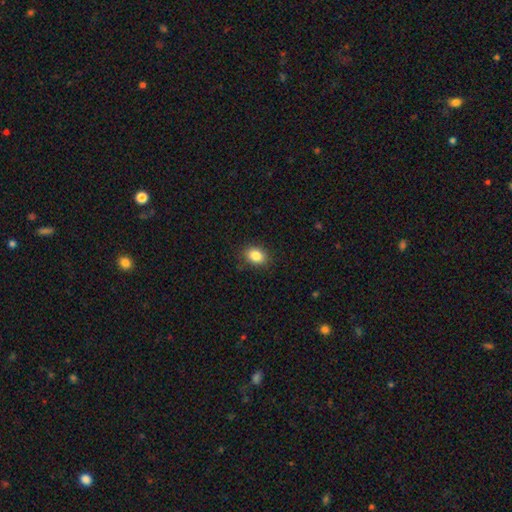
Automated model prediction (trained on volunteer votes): A smooth galaxy with no disk features (85%) that is in between round and cigar-shaped (67%).

Vote fractions:
- Smooth or featured? smooth: 85% / star or artifact: 9% / featured or disk: 5%
- How rounded? in between: 67% / round: 31% / cigar-shaped: 1%
- Merging? none: 86% / minor disturbance: 10% / major disturbance: 3% / merger: 1%